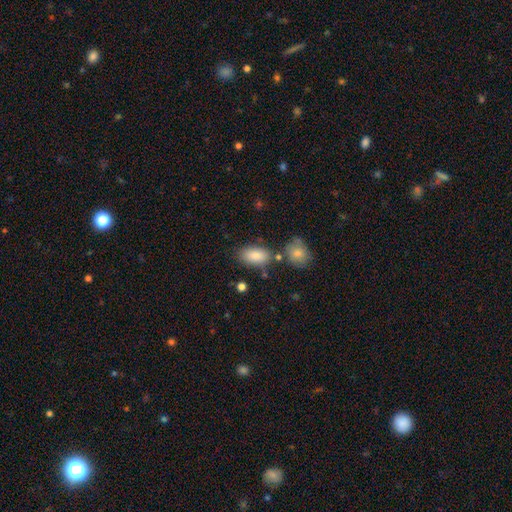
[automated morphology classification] Smooth or featured?
  - smooth: 85% *
  - star or artifact: 7%
  - featured or disk: 7%
How rounded?
  - in between: 92% *
  - round: 5%
  - cigar-shaped: 3%
Merging?
  - none: 71% *
  - minor disturbance: 15%
  - merger: 10%
  - major disturbance: 4%